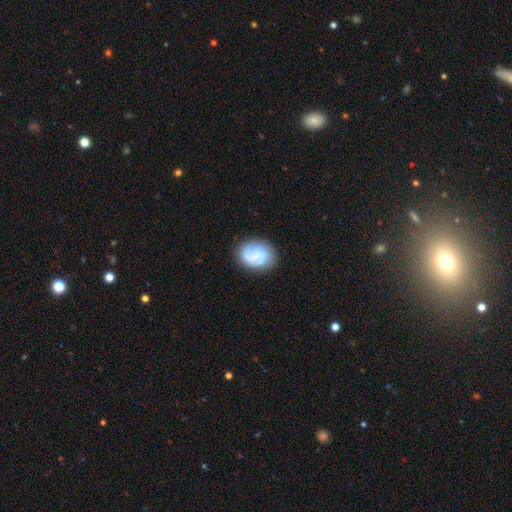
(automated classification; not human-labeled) Q: Smooth or featured?
A: featured or disk (46%); tied with: smooth (46%)
Q: Merging?
A: none (74%); runner-up: minor disturbance (17%)